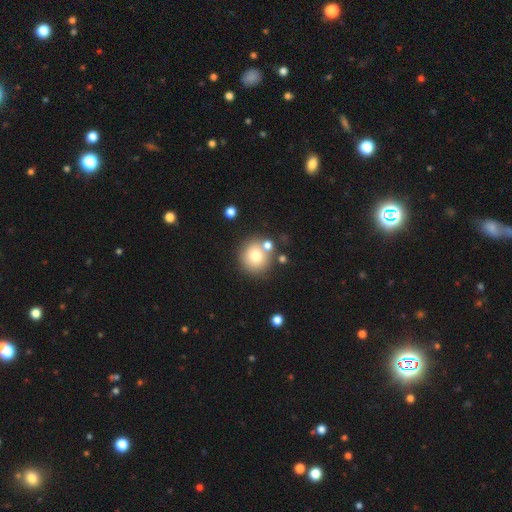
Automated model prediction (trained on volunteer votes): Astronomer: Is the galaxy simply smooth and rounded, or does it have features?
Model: smooth — 76%.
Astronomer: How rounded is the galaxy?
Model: round — 91%.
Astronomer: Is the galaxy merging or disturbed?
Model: none — 71%.